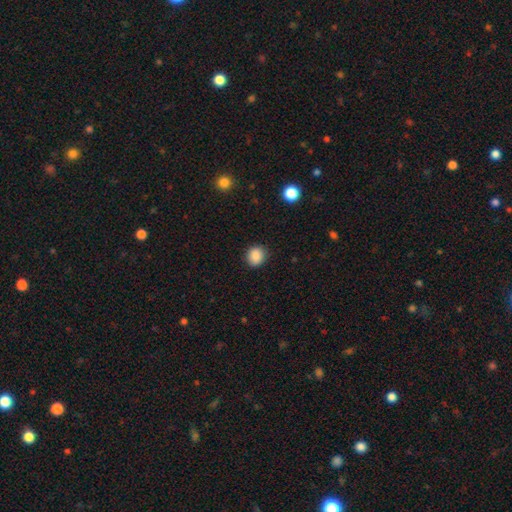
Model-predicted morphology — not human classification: This is clearly a smooth galaxy (87%). How rounded: likely round (76%). Merging: clearly none (87%).